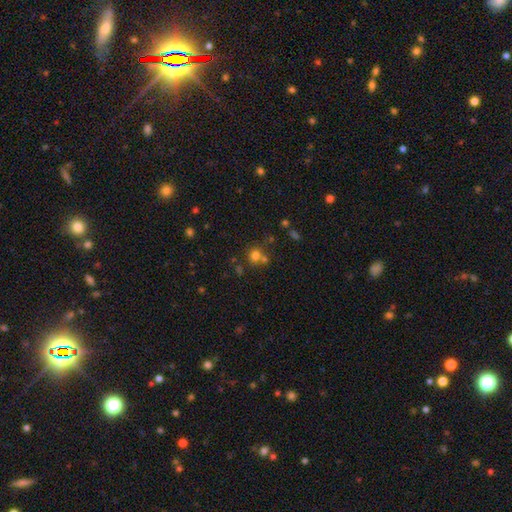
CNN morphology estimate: Smooth or featured: smooth — 70% (star or artifact — 20%)
How rounded: round — 86% (in between — 13%)
Merging: none — 59% (merger — 29%)